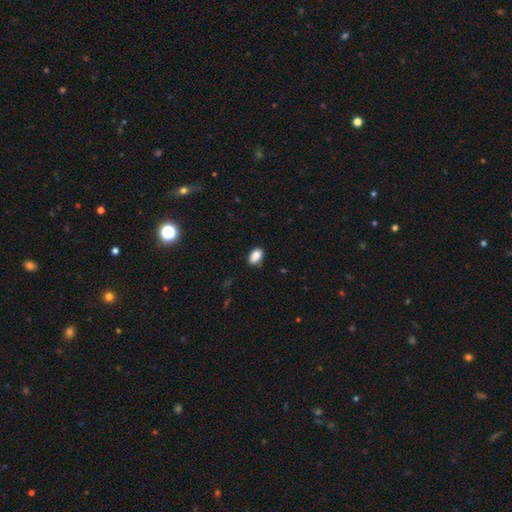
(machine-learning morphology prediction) smooth-or-featured: smooth: 88% | star or artifact: 8% | featured or disk: 4%
  how-rounded: in between: 90% | round: 8% | cigar-shaped: 2%
  merging: none: 83% | minor disturbance: 13% | major disturbance: 2% | merger: 1%